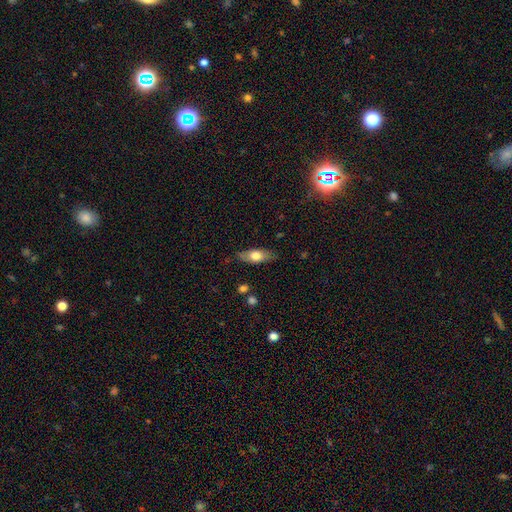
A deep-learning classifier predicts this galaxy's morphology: smooth 63%, featured or disk 30%, star or artifact 6%. Down the decision tree: how rounded — in between (75%); merging — none (79%).